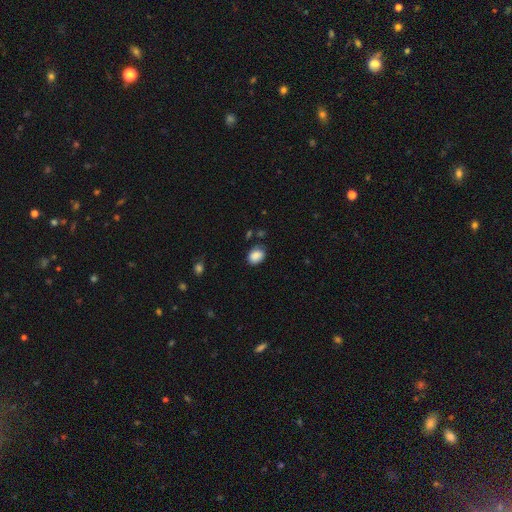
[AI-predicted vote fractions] Smooth or featured? Predicted: smooth (p=0.86). How rounded? Predicted: in between (p=0.69). Merging? Predicted: none (p=0.72).